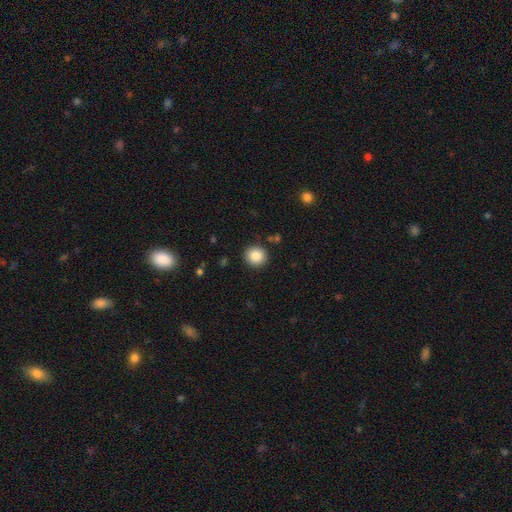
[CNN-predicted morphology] type=smooth (86%); roundness=round (91%); merging=none (89%).